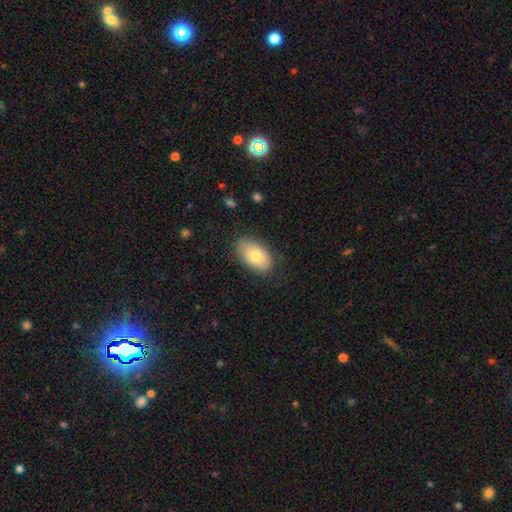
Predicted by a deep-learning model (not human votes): A smooth galaxy with no disk features (78%) that is in between round and cigar-shaped (94%).

Vote fractions:
- Smooth or featured? smooth: 78% / featured or disk: 16% / star or artifact: 6%
- How rounded? in between: 94% / round: 5% / cigar-shaped: 2%
- Merging? none: 79% / minor disturbance: 16% / major disturbance: 4% / merger: 1%